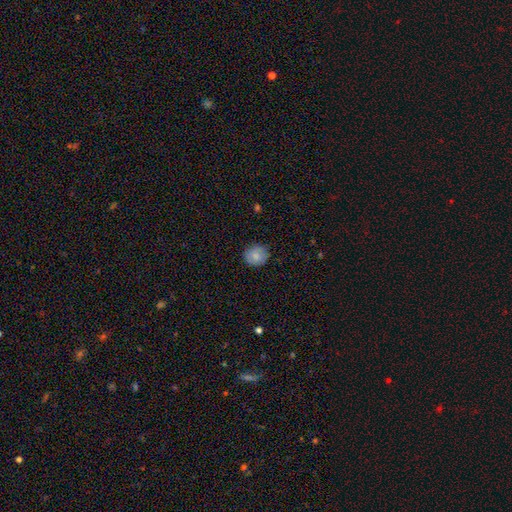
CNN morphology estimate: Smooth or featured? smooth (83%)
How rounded? round (76%)
Merging? none (87%)